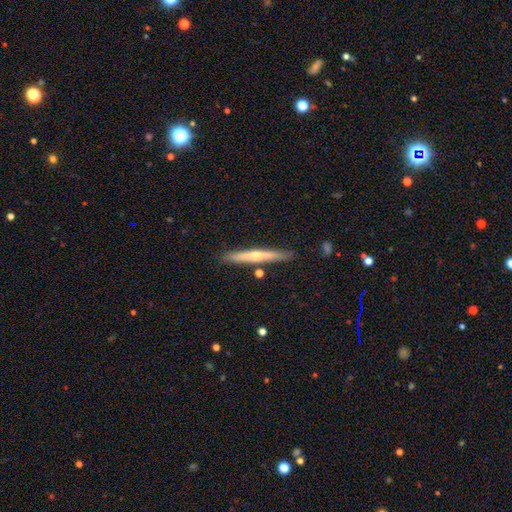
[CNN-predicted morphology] This is possibly a featured or disk galaxy (53%). It is clearly viewed edge-on (96%). Edge-on bulge: likely rounded (65%). Merging: clearly none (85%).